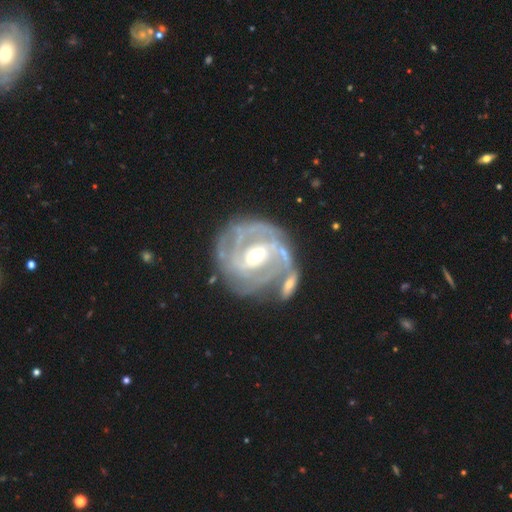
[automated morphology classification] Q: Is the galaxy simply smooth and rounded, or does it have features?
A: featured or disk — 87%.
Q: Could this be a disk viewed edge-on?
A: no — 97%.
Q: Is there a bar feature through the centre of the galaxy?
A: weak — 46%.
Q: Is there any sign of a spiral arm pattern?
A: yes — 90%.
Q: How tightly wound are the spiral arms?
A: tight — 61%.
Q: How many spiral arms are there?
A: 2 — 37%.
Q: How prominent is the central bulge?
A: moderate — 67%.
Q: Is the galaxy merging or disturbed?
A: none — 53%.